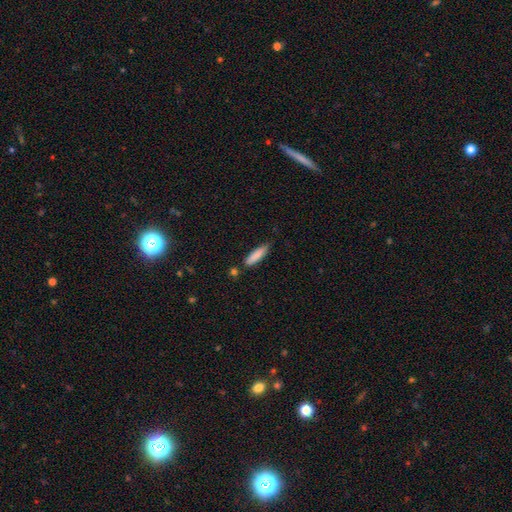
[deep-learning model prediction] Smooth or featured: smooth — 85% (featured or disk — 9%)
How rounded: cigar-shaped — 73% (in between — 26%)
Merging: none — 72% (minor disturbance — 20%)